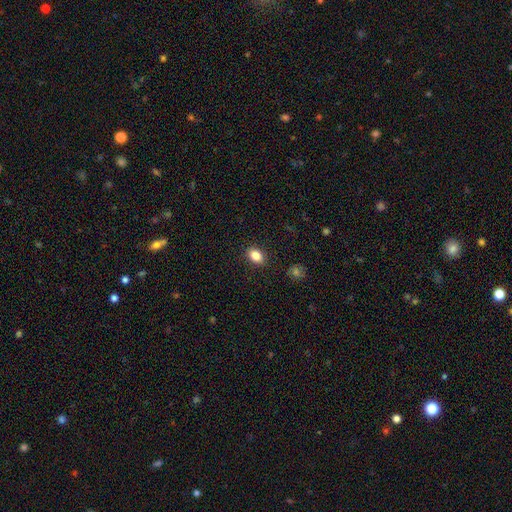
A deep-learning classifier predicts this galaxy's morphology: This is clearly a smooth galaxy (85%). How rounded: likely in between (79%). Merging: clearly none (88%).